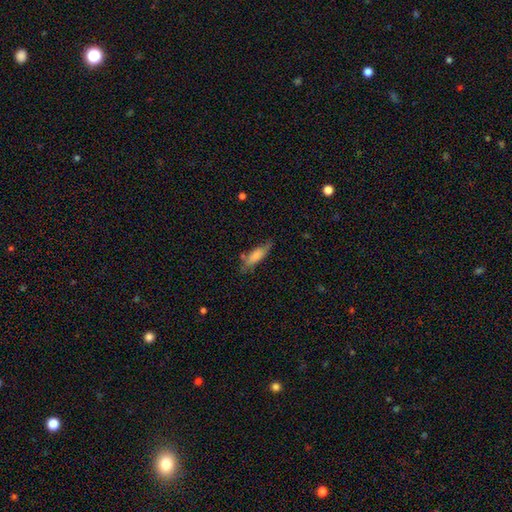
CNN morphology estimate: A smooth galaxy with no disk features (73%) that is cigar-shaped (53%).

Vote fractions:
- Smooth or featured? smooth: 73% / featured or disk: 20% / star or artifact: 6%
- How rounded? cigar-shaped: 53% / in between: 45% / round: 2%
- Merging? none: 60% / minor disturbance: 27% / major disturbance: 7% / merger: 5%